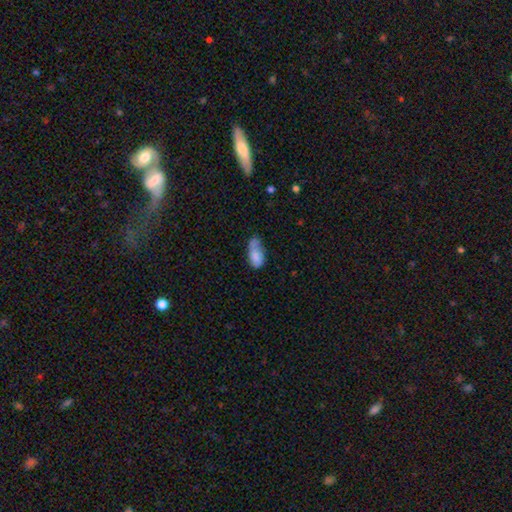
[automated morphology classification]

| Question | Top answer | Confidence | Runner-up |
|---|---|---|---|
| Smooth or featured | smooth | 75% | featured or disk (17%) |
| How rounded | in between | 90% | cigar-shaped (5%) |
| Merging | minor disturbance | 33% | tied: none (33%) |